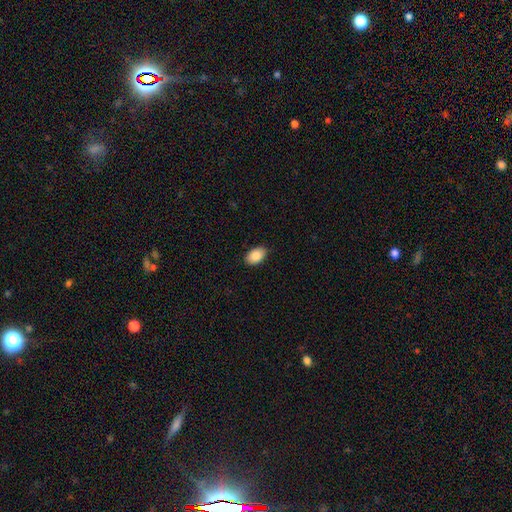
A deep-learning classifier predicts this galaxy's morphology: Q: Smooth or featured?
A: smooth (89%); runner-up: star or artifact (7%)
Q: How rounded?
A: in between (90%); runner-up: round (8%)
Q: Merging?
A: none (86%); runner-up: minor disturbance (11%)